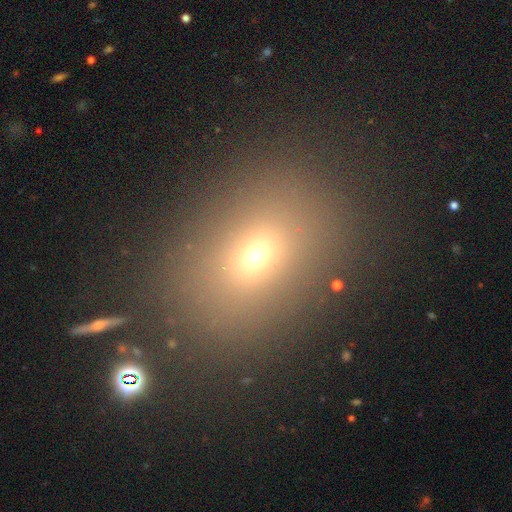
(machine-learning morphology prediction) Smooth or featured: smooth — 65% (star or artifact — 23%)
How rounded: in between — 55% (round — 44%)
Merging: none — 82% (minor disturbance — 9%)